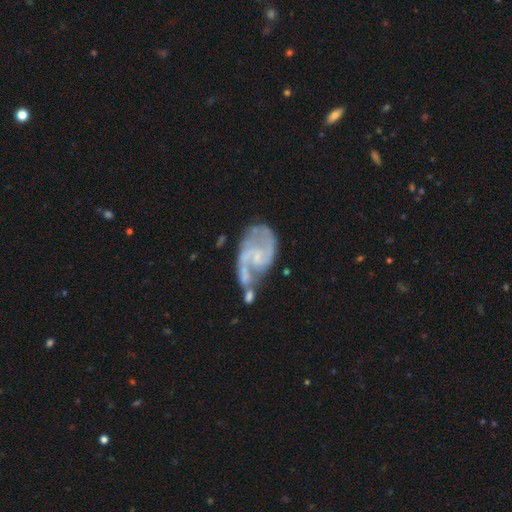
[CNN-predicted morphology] featured or disk 85%, smooth 9%, star or artifact 6%. Down the decision tree: edge-on disk — no (98%); bar — no (53%); spiral arms — yes (92%); spiral arm count — 2 (71%); spiral winding — medium (49%); bulge size — small (62%); merging — none (33%).